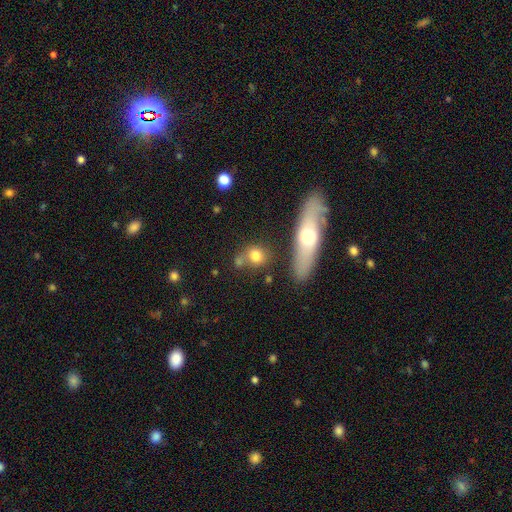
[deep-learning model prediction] A smooth galaxy with no disk features (76%) that is round (68%).

Vote fractions:
- Smooth or featured? smooth: 76% / featured or disk: 14% / star or artifact: 10%
- How rounded? round: 68% / in between: 27% / cigar-shaped: 6%
- Merging? none: 57% / merger: 23% / minor disturbance: 14% / major disturbance: 6%